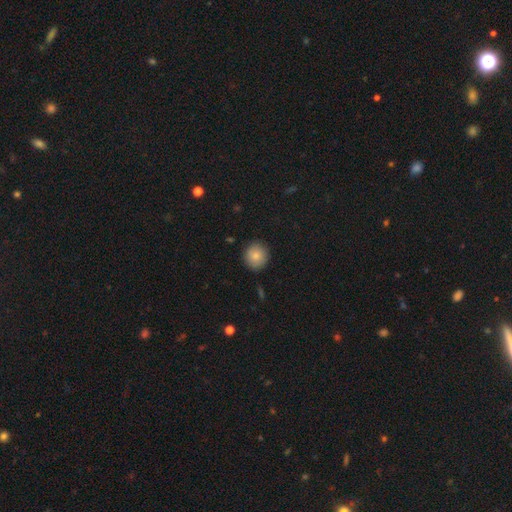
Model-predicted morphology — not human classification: Smooth or featured: smooth — 83% (featured or disk — 8%)
How rounded: round — 90% (in between — 9%)
Merging: none — 88% (minor disturbance — 8%)